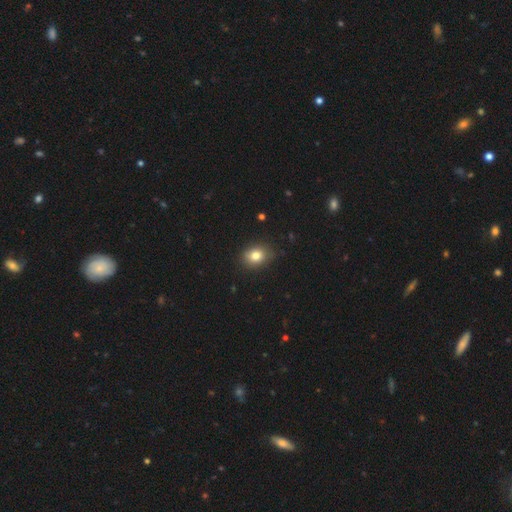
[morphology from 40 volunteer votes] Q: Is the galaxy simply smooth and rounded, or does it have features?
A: smooth — 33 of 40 (82%).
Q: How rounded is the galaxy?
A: round — 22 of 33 (67%).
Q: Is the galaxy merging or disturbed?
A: none — 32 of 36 (89%).